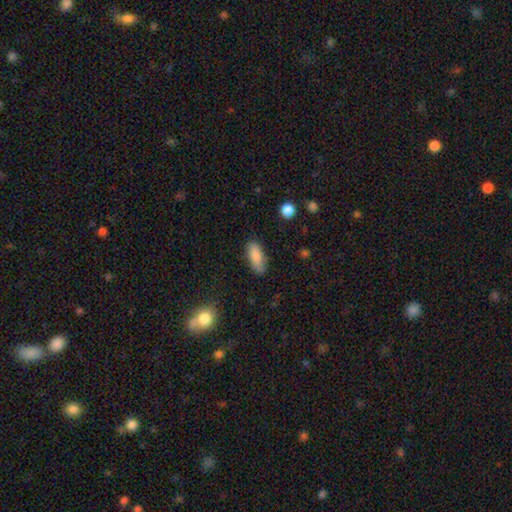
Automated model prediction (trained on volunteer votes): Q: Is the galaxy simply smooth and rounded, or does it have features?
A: smooth — 85%.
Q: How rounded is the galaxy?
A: in between — 72%.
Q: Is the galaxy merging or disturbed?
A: none — 79%.